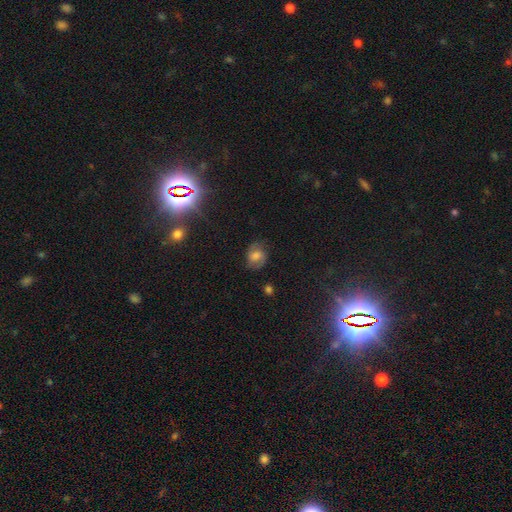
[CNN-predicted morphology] smooth 47%, featured or disk 40%, star or artifact 13%. Down the decision tree: merging — none (72%).